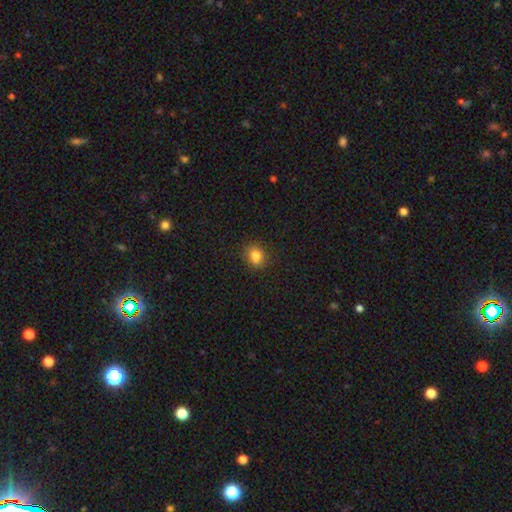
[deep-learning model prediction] A smooth galaxy with no disk features (82%) that is round (63%).

Vote fractions:
- Smooth or featured? smooth: 82% / star or artifact: 12% / featured or disk: 6%
- How rounded? round: 63% / in between: 36% / cigar-shaped: 1%
- Merging? none: 84% / minor disturbance: 12% / major disturbance: 3% / merger: 2%